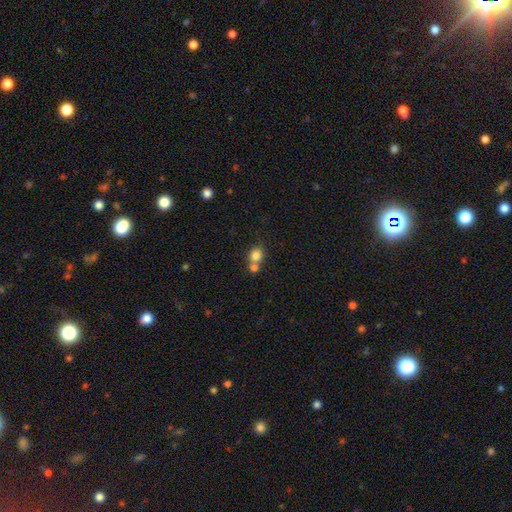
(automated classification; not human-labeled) Q: Smooth or featured?
A: smooth (82%); runner-up: star or artifact (11%)
Q: How rounded?
A: round (79%); runner-up: in between (20%)
Q: Merging?
A: merger (46%); runner-up: none (45%)